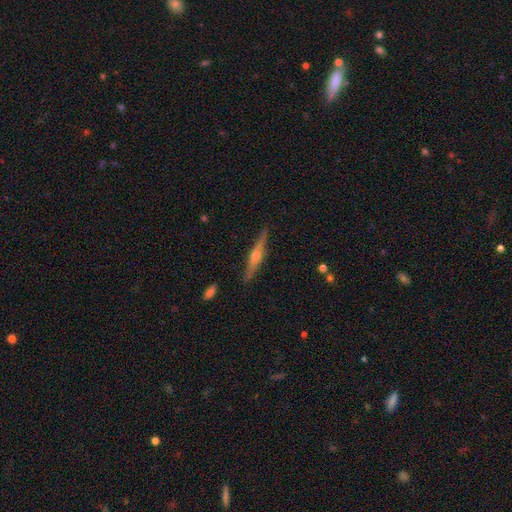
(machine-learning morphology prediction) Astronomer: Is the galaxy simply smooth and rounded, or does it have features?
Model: featured or disk — 77%.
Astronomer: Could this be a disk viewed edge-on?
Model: yes — 98%.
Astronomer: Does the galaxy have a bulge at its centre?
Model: rounded — 90%.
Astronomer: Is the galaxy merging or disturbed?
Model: none — 90%.